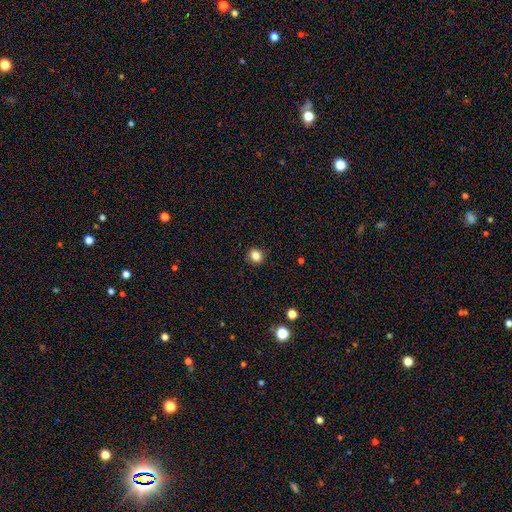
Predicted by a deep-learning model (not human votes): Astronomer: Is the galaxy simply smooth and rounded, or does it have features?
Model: smooth — 84%.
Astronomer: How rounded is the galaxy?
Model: round — 73%.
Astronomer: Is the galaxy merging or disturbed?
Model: none — 90%.